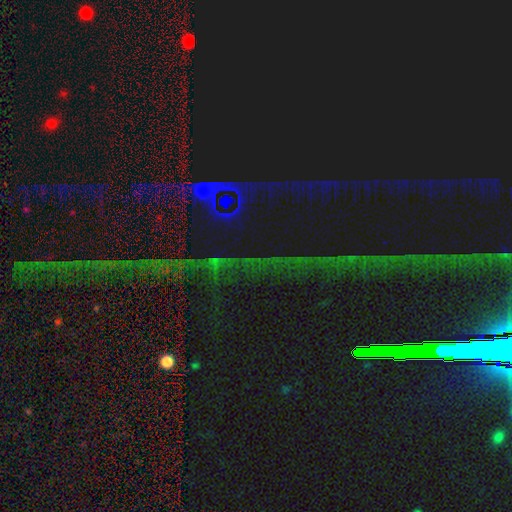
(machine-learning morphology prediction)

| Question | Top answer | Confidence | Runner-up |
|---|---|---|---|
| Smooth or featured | star or artifact | 78% | featured or disk (12%) |